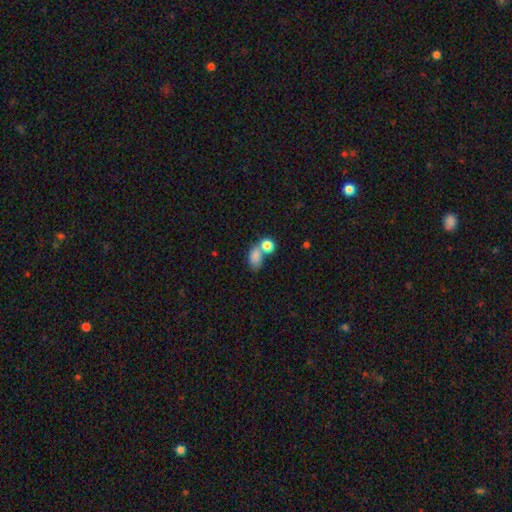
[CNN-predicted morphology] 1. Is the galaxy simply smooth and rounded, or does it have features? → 81% smooth, 10% star or artifact, 9% featured or disk.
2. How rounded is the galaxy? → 78% in between, 20% round, 2% cigar-shaped.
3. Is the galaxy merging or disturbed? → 48% merger, 34% none, 12% minor disturbance, 7% major disturbance.